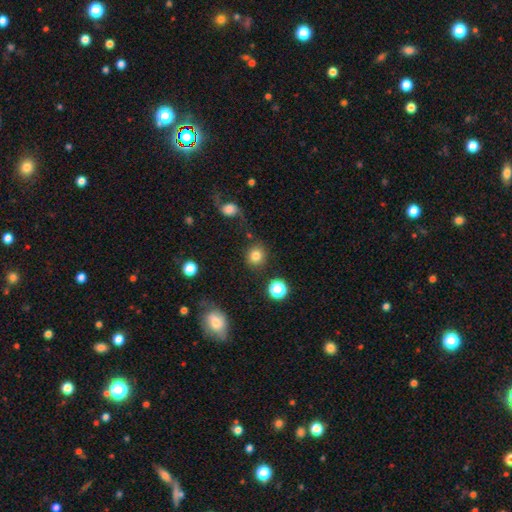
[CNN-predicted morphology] A smooth galaxy with no disk features (81%) that is round (84%).

Vote fractions:
- Smooth or featured? smooth: 81% / star or artifact: 12% / featured or disk: 7%
- How rounded? round: 84% / in between: 15% / cigar-shaped: 1%
- Merging? none: 81% / minor disturbance: 10% / major disturbance: 5% / merger: 5%